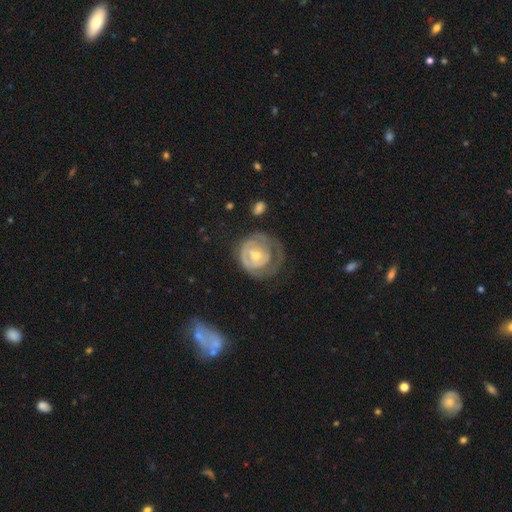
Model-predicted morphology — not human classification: This appears to be a featured or disk galaxy (70%) with no bar (66%), spiral arms (70%) and a small central bulge (50%). Merging: none (45%).